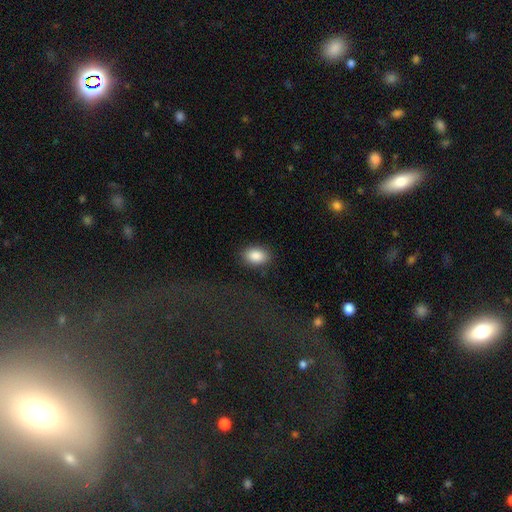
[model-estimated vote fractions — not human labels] Smooth or featured?
  - smooth: 88% *
  - star or artifact: 7%
  - featured or disk: 5%
How rounded?
  - in between: 86% *
  - round: 13%
  - cigar-shaped: 1%
Merging?
  - none: 86% *
  - minor disturbance: 10%
  - major disturbance: 3%
  - merger: 1%